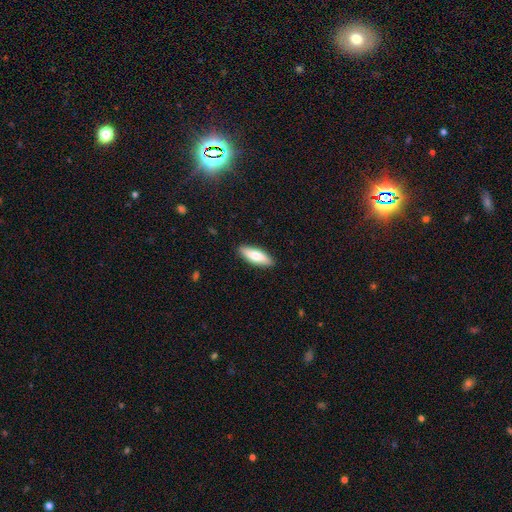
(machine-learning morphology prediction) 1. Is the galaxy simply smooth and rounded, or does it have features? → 72% smooth, 23% featured or disk, 5% star or artifact.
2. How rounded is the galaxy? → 54% in between, 44% cigar-shaped, 2% round.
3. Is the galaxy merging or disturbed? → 89% none, 8% minor disturbance, 2% major disturbance, 1% merger.